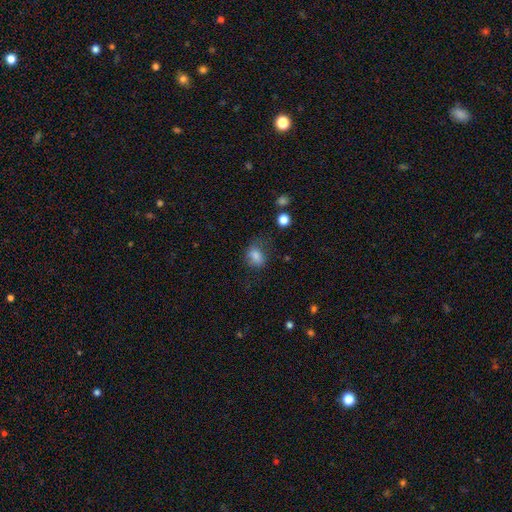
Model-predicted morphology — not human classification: Overall: smooth (79%). How rounded: in between (59%; round 40%). Merging: none (56%; minor disturbance 27%).